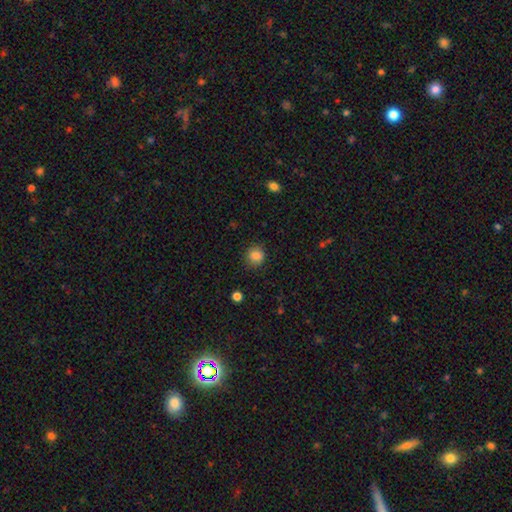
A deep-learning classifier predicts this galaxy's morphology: Smooth or featured? Predicted: smooth (p=0.84). How rounded? Predicted: round (p=0.87). Merging? Predicted: none (p=0.87).